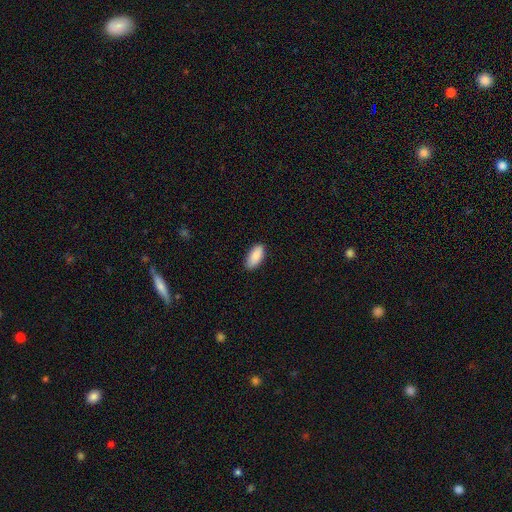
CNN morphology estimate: A smooth galaxy with no disk features (89%) that is in between round and cigar-shaped (90%).

Vote fractions:
- Smooth or featured? smooth: 89% / star or artifact: 6% / featured or disk: 5%
- How rounded? in between: 90% / cigar-shaped: 8% / round: 2%
- Merging? none: 85% / minor disturbance: 12% / major disturbance: 2% / merger: 1%